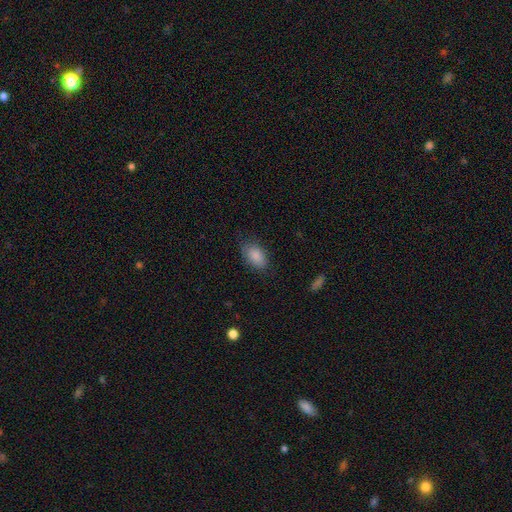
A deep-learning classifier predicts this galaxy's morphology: Smooth or featured?
  - smooth: 88% *
  - star or artifact: 7%
  - featured or disk: 5%
How rounded?
  - in between: 92% *
  - round: 6%
  - cigar-shaped: 2%
Merging?
  - none: 79% *
  - minor disturbance: 15%
  - major disturbance: 4%
  - merger: 1%